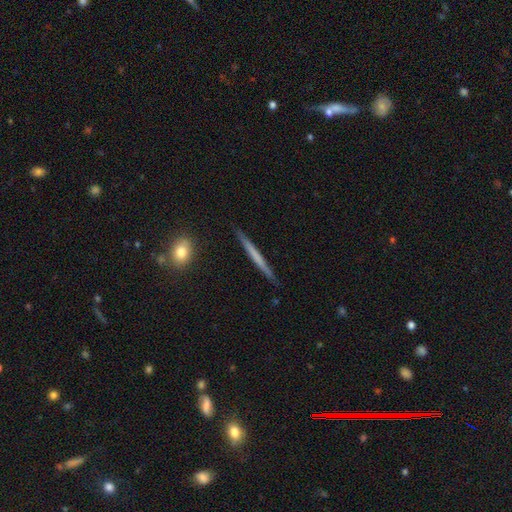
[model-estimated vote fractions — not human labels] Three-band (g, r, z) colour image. It shows a featured or disk galaxy (47%, tied with smooth). Merging: none (89%).